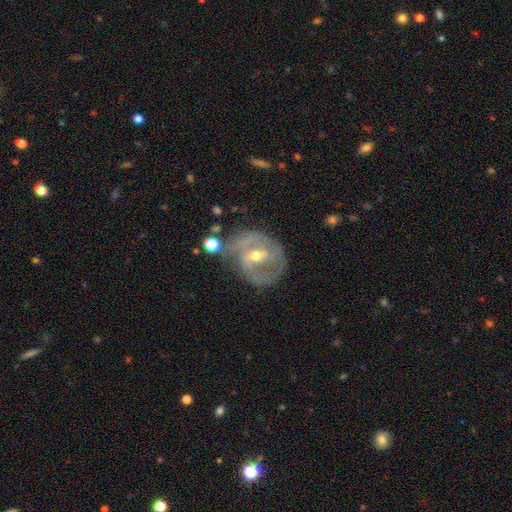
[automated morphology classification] The model was most divided on "spiral winding": medium: 41%, tight: 40%, loose: 19%. Remaining: edge-on disk — no (96%); smooth or featured — featured or disk (77%); spiral arms — yes (76%); bulge size — moderate (56%); spiral arm count — 2 (53%); merging — none (45%); bar — weak (45%).